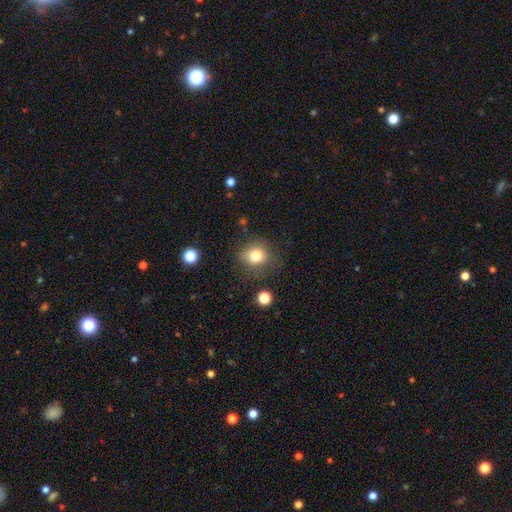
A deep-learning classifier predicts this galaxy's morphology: type=smooth (80%); roundness=round (77%); merging=none (75%).